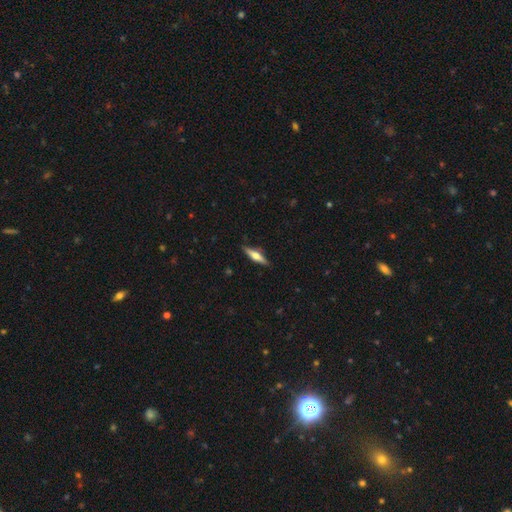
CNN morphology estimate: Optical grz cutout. It shows a featured or disk galaxy (55%) viewed edge-on (95%) with a rounded central bulge (90%). Merging: none (88%).